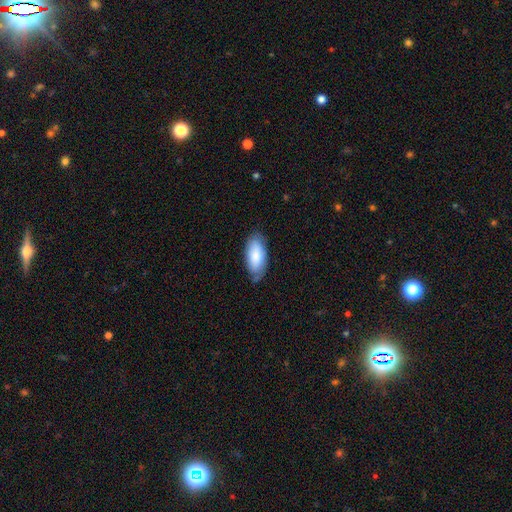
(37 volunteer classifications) A smooth galaxy with no disk features (70%) that is in between round and cigar-shaped (92%). Merging: none (71%).